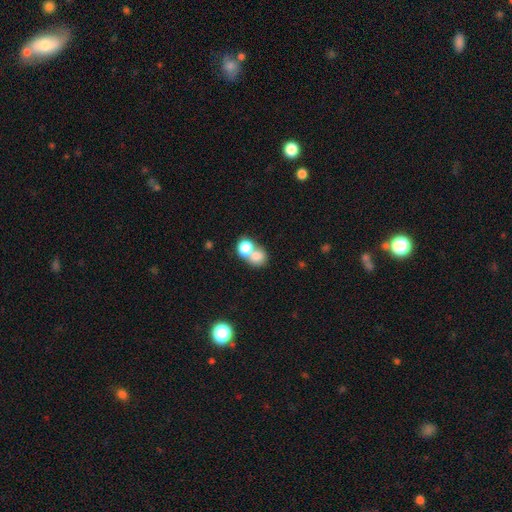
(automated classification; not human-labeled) A smooth galaxy with no disk features (76%) that is round (66%).

Vote fractions:
- Smooth or featured? smooth: 76% / featured or disk: 13% / star or artifact: 11%
- How rounded? round: 66% / in between: 33% / cigar-shaped: 1%
- Merging? merger: 62% / none: 28% / minor disturbance: 6% / major disturbance: 4%